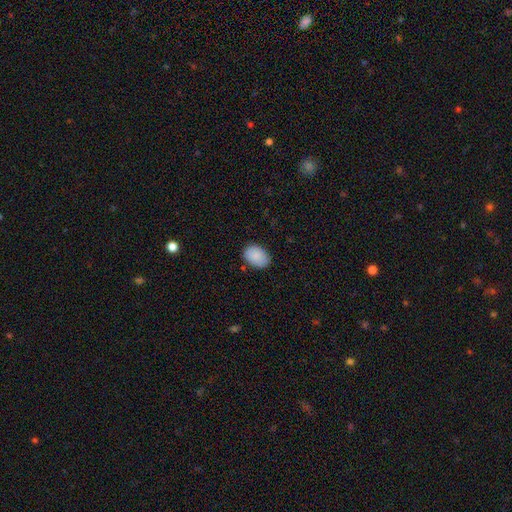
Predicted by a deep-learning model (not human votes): smooth 89%, star or artifact 7%, featured or disk 4%. Down the decision tree: how rounded — in between (81%); merging — none (83%).